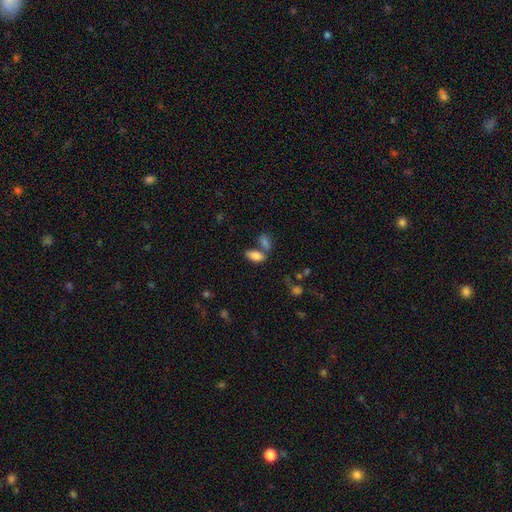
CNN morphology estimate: smooth-or-featured: smooth: 83% | featured or disk: 9% | star or artifact: 9%
  how-rounded: in between: 88% | cigar-shaped: 8% | round: 4%
  merging: none: 55% | merger: 29% | minor disturbance: 12% | major disturbance: 5%